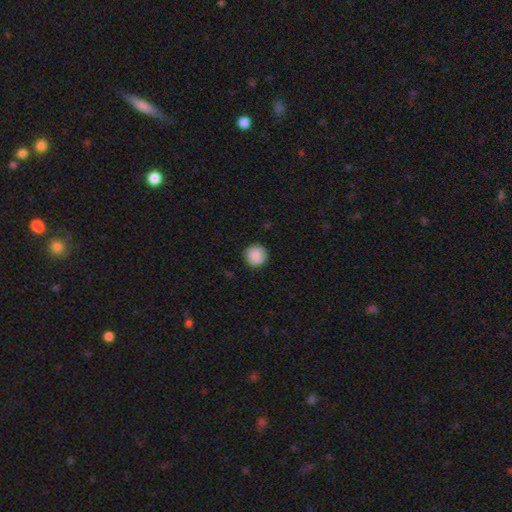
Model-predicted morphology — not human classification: Overall: smooth (90%). How rounded: round (95%). Merging: none (91%).